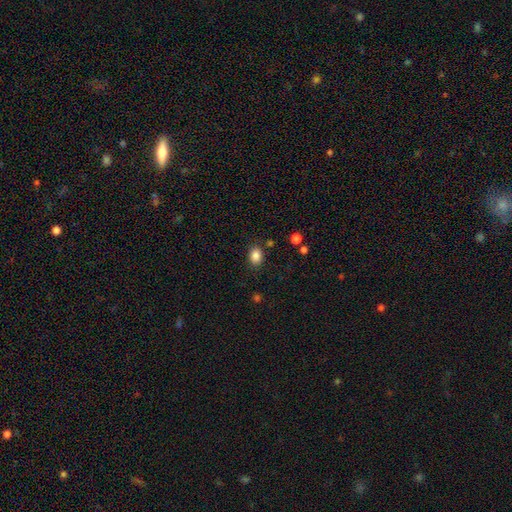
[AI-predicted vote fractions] Smooth or featured? smooth (85%)
How rounded? in between (60%)
Merging? none (84%)